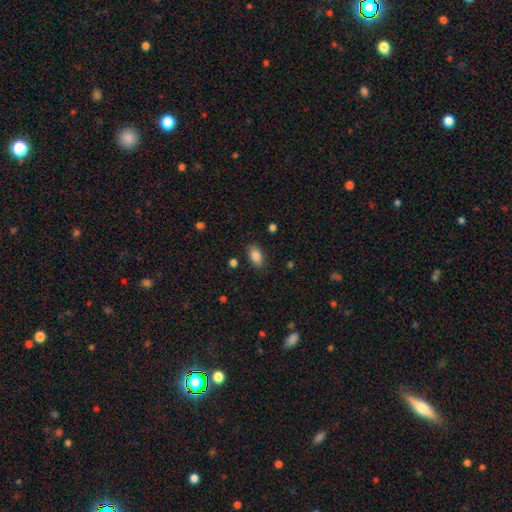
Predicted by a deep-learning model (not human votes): This appears to be a smooth galaxy with no disk features (85%) that is in between round and cigar-shaped (90%). Merging: none (86%).